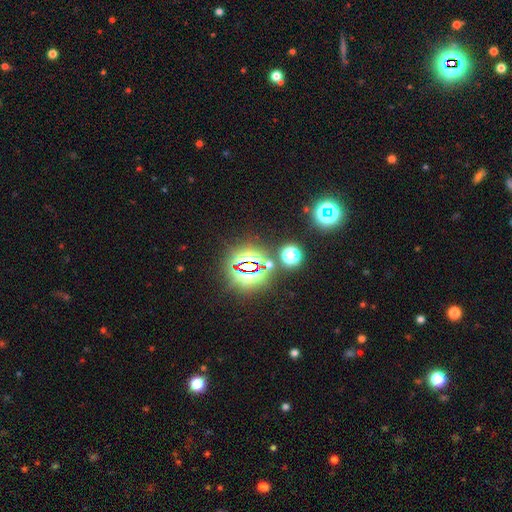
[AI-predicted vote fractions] A star or artifact, not a galaxy (79%).